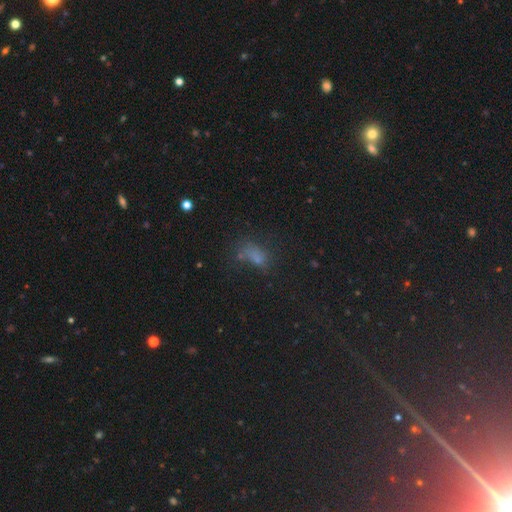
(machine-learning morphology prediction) Smooth or featured: smooth — 59% (star or artifact — 26%)
How rounded: in between — 78% (round — 14%)
Merging: none — 40% (major disturbance — 26%)